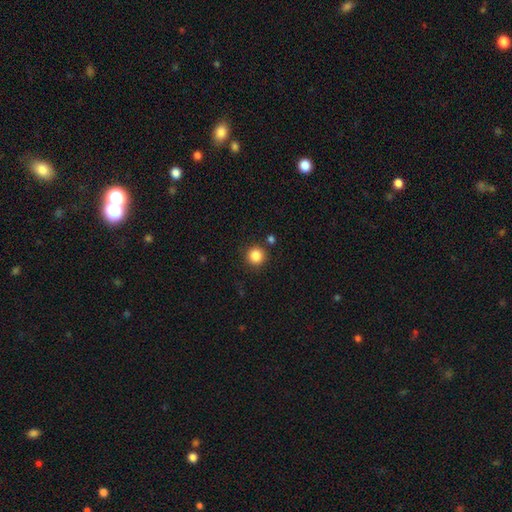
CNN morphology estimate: Overall: smooth (85%). How rounded: round (94%). Merging: none (87%).